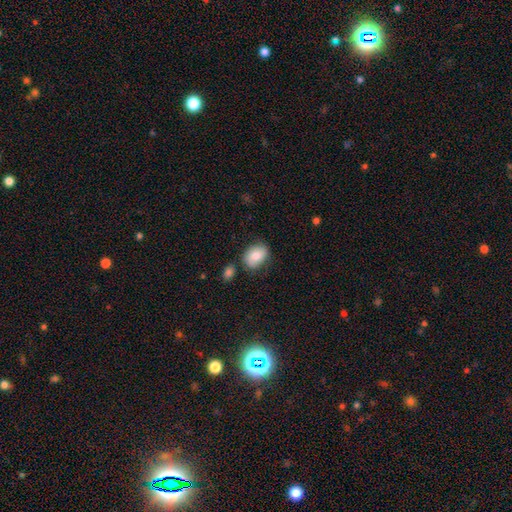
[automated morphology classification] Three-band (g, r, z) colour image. It shows a smooth galaxy with no disk features (79%) that is in between round and cigar-shaped (70%). Merging: none (73%).